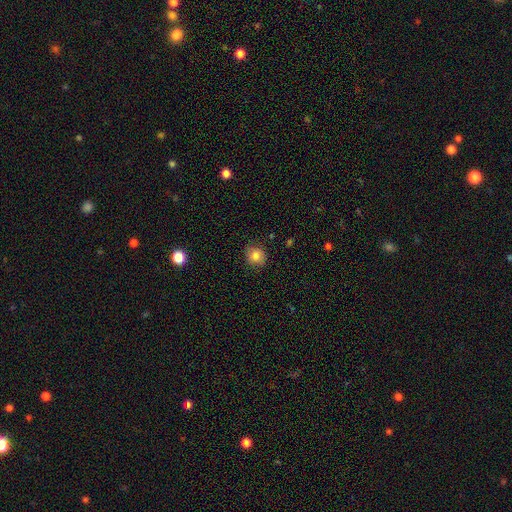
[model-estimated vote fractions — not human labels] Smooth or featured? Predicted: smooth (p=0.81). How rounded? Predicted: round (p=0.82). Merging? Predicted: none (p=0.82).